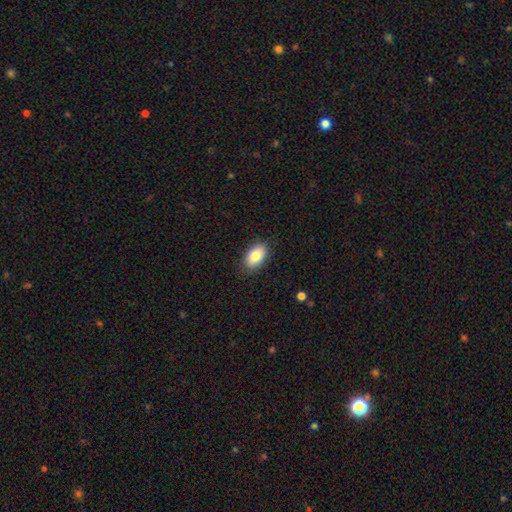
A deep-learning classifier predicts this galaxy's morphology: smooth-or-featured: smooth: 84% | featured or disk: 9% | star or artifact: 7%
  how-rounded: in between: 92% | round: 6% | cigar-shaped: 2%
  merging: none: 87% | minor disturbance: 10% | major disturbance: 2% | merger: 1%